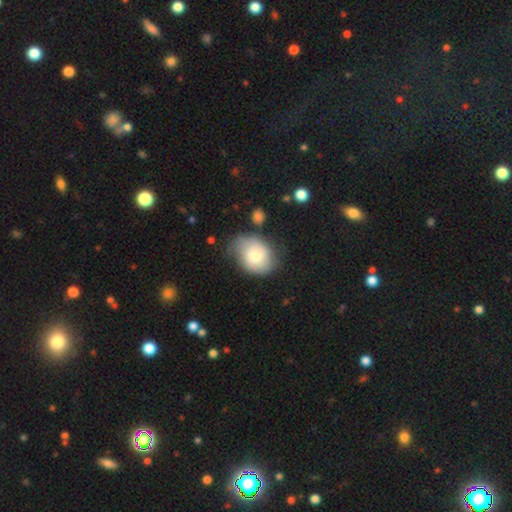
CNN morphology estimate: A smooth galaxy with no disk features (62%) that is in between round and cigar-shaped (54%). Merging: none (51%).